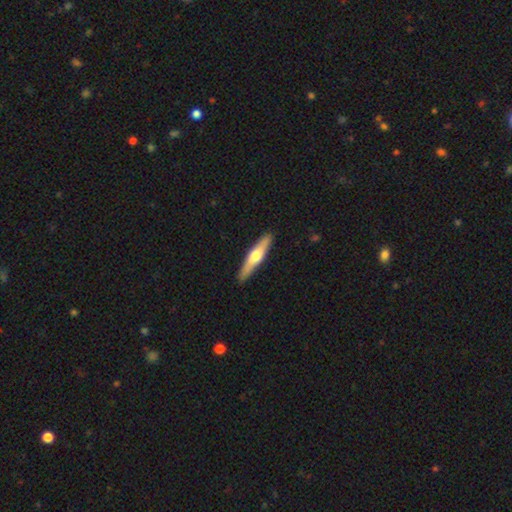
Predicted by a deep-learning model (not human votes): Smooth or featured?
  - featured or disk: 51% *
  - smooth: 44%
  - star or artifact: 5%
Edge-on disk?
  - yes: 92% *
  - no: 8%
Merging?
  - none: 90% *
  - minor disturbance: 7%
  - major disturbance: 1%
  - merger: 1%